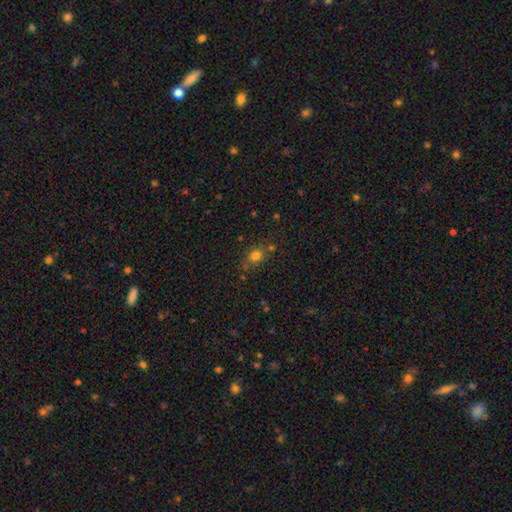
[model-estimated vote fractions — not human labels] Q: Smooth or featured?
A: smooth (75%); runner-up: star or artifact (17%)
Q: How rounded?
A: round (60%); runner-up: in between (37%)
Q: Merging?
A: none (67%); runner-up: minor disturbance (16%)